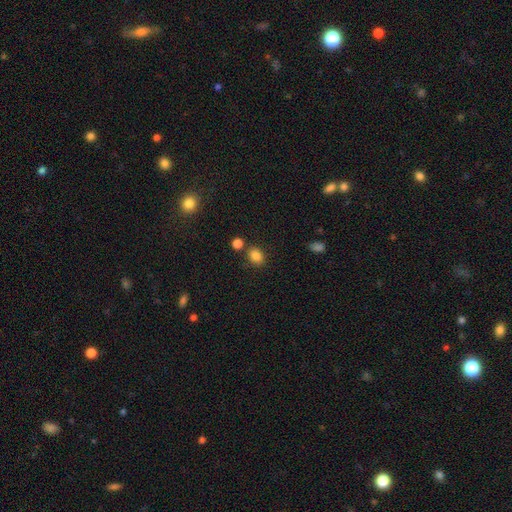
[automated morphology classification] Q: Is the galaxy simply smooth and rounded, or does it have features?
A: smooth — 84%.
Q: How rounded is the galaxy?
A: in between — 60%.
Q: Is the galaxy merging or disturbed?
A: none — 75%.